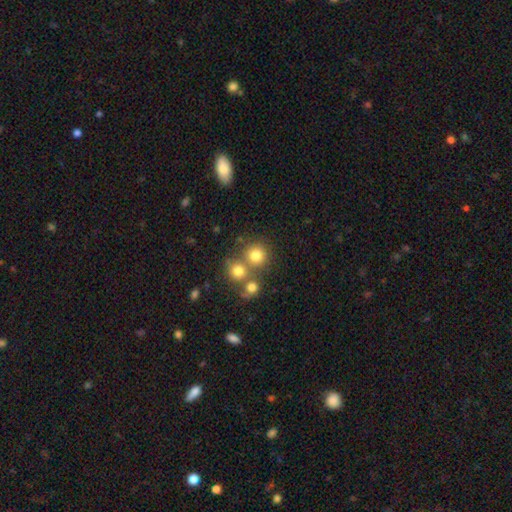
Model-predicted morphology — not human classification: A smooth galaxy with no disk features (78%) that is round (90%). Merging: none (61%).